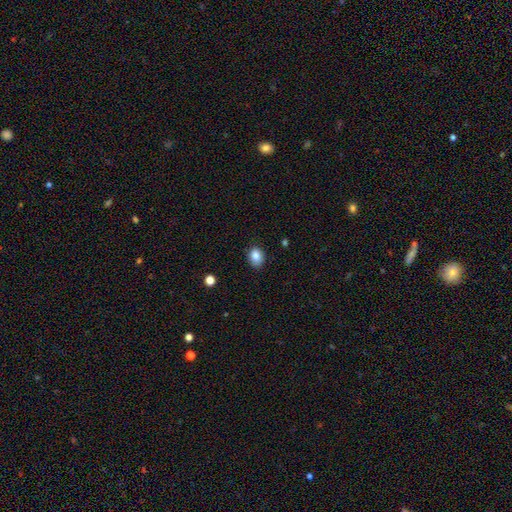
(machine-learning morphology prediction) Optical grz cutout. It shows a smooth galaxy with no disk features (85%) that is in between round and cigar-shaped (58%). Merging: none (81%).